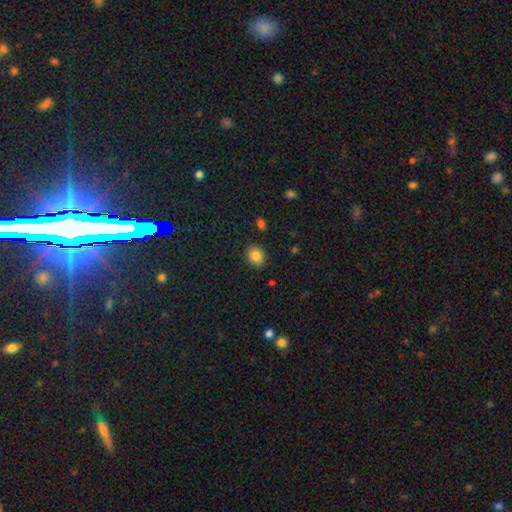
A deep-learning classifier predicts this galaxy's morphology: This is clearly a smooth galaxy (84%). How rounded: likely round (63%). Merging: clearly none (88%).